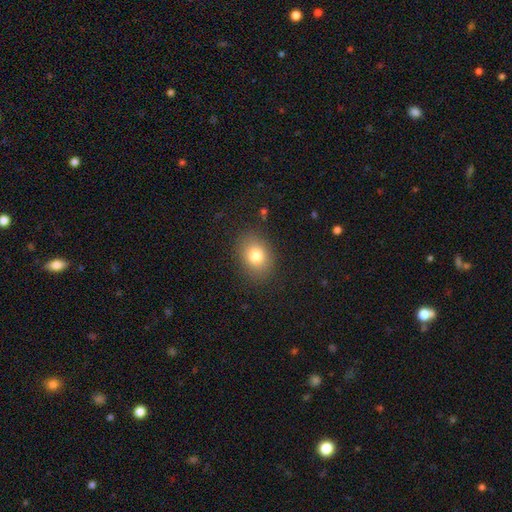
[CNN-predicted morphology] Q: Smooth or featured?
A: smooth (79%); runner-up: star or artifact (11%)
Q: How rounded?
A: in between (57%); runner-up: round (42%)
Q: Merging?
A: none (85%); runner-up: minor disturbance (10%)